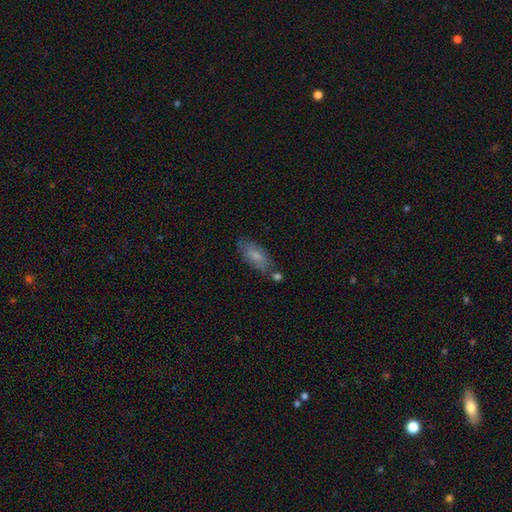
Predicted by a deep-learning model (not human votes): Overall: smooth (67%). How rounded: in between (77%). Merging: none (67%).